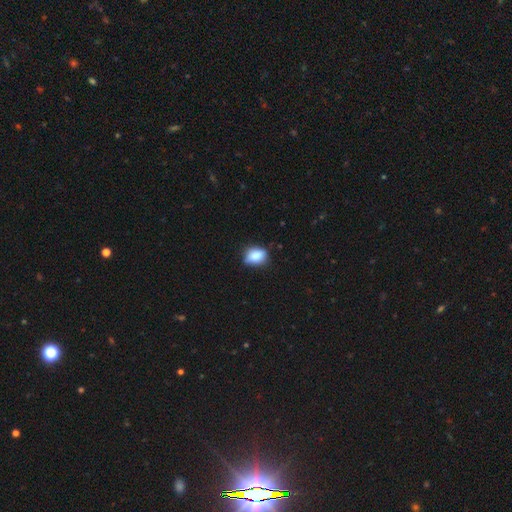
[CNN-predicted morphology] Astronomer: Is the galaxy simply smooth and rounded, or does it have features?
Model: smooth — 83%.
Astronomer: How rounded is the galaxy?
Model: in between — 71%.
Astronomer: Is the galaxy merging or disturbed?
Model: none — 68%.